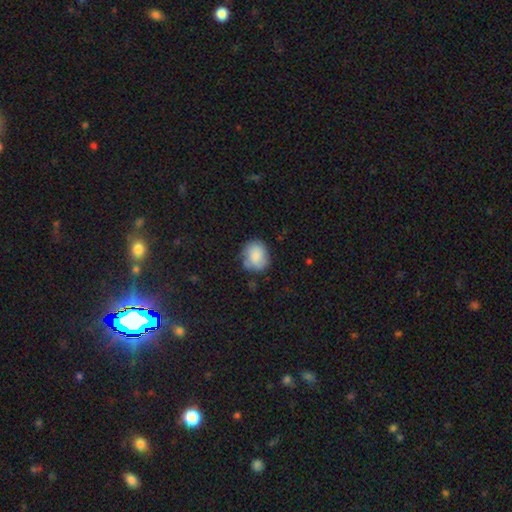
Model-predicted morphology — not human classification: The model was most divided on "how rounded": round: 64%, in between: 35%, cigar-shaped: 1%. More confident: smooth or featured — smooth (82%); merging — none (67%).